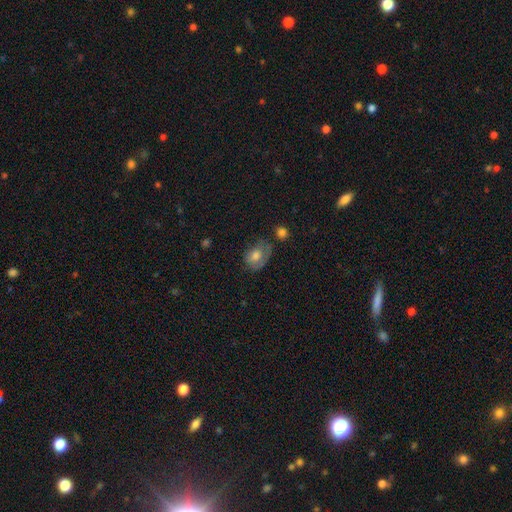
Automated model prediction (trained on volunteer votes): smooth 57%, featured or disk 33%, star or artifact 10%. Down the decision tree: how rounded — in between (68%); merging — none (48%).